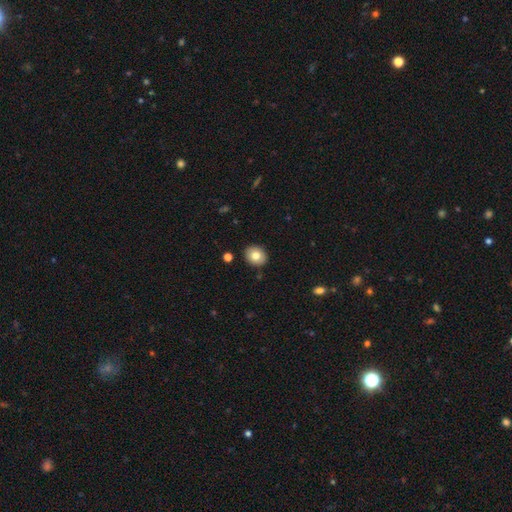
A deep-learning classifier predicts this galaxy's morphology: smooth-or-featured: smooth: 78% | featured or disk: 13% | star or artifact: 9%
  how-rounded: round: 68% | in between: 31% | cigar-shaped: 1%
  merging: none: 90% | minor disturbance: 7% | major disturbance: 2% | merger: 2%